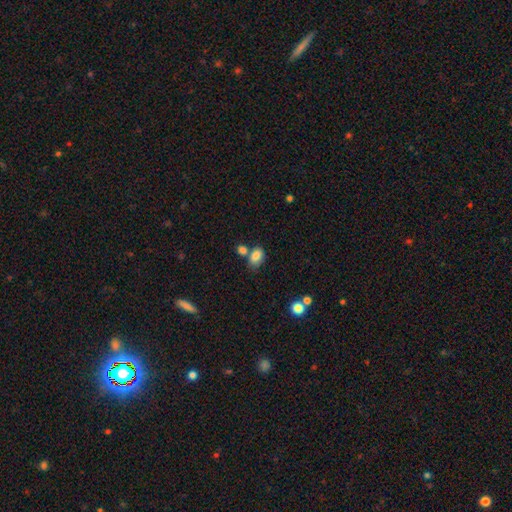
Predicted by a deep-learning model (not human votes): This is clearly a smooth galaxy (83%). How rounded: clearly in between (81%). Merging: possibly none (48%).